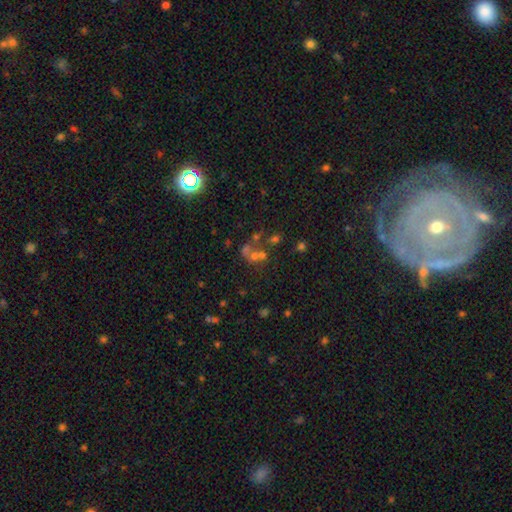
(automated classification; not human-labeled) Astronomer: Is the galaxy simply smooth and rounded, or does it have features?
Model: star or artifact — 40% (runner-up: smooth, 37%).